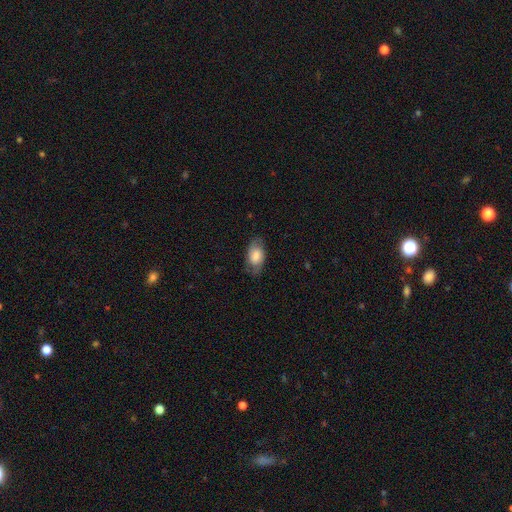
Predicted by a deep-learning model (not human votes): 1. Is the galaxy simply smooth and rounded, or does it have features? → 64% smooth, 29% featured or disk, 7% star or artifact.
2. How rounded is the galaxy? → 91% in between, 6% round, 2% cigar-shaped.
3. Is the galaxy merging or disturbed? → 74% none, 18% minor disturbance, 6% major disturbance, 1% merger.